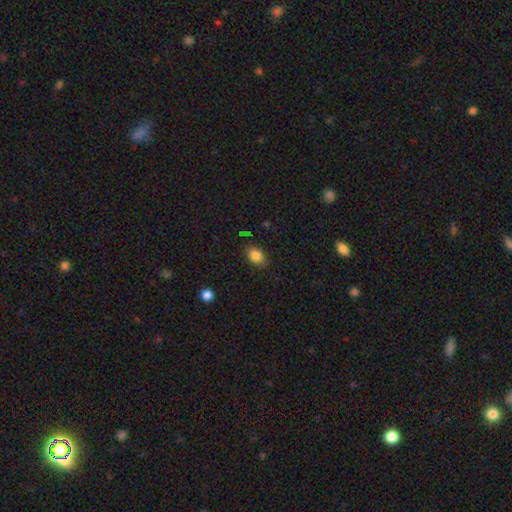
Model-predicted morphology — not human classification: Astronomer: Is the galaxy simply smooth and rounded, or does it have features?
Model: smooth — 84%.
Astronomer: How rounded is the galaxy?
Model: in between — 77%.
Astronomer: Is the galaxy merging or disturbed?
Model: none — 84%.